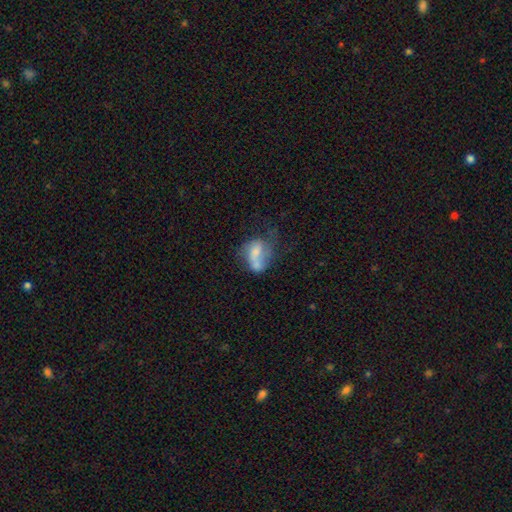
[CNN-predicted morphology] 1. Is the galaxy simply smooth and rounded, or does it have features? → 53% smooth, 37% featured or disk, 10% star or artifact.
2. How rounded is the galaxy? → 75% in between, 21% round, 3% cigar-shaped.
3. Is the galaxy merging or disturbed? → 35% merger, 24% major disturbance, 23% none, 18% minor disturbance.